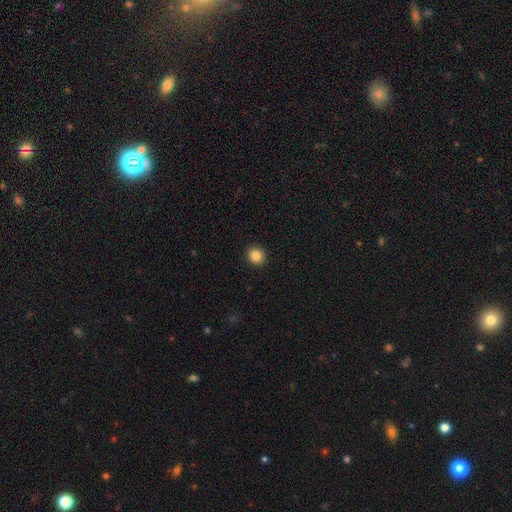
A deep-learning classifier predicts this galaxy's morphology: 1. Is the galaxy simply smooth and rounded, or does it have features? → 85% smooth, 10% star or artifact, 5% featured or disk.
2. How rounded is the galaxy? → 89% round, 10% in between, 1% cigar-shaped.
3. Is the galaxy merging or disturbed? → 93% none, 4% minor disturbance, 2% major disturbance, 1% merger.